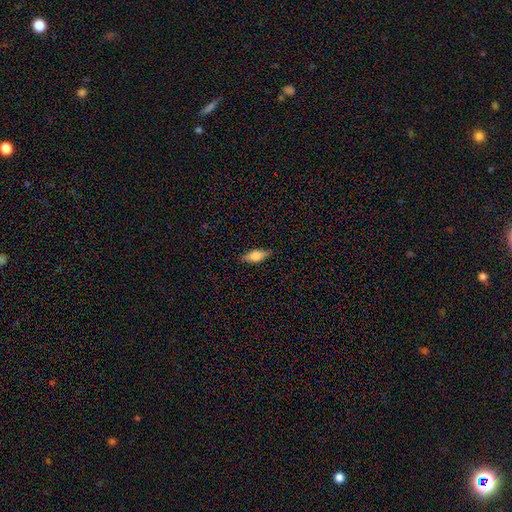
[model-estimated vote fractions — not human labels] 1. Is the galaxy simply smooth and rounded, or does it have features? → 66% smooth, 27% featured or disk, 7% star or artifact.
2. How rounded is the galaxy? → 76% in between, 21% cigar-shaped, 4% round.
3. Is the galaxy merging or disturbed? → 85% none, 11% minor disturbance, 2% major disturbance, 1% merger.